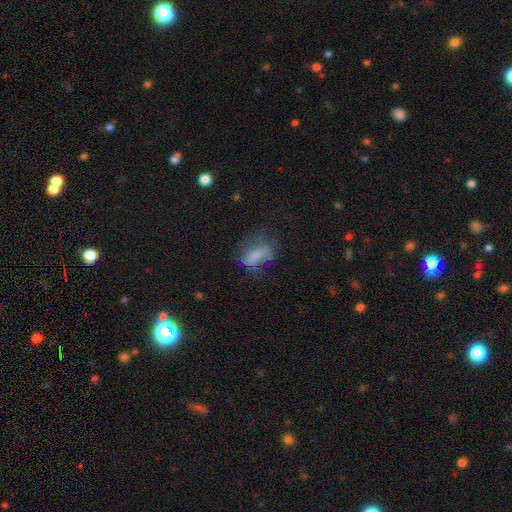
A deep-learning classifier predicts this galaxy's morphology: The model was most divided on "merging": none: 41%, major disturbance: 29%, minor disturbance: 26%, merger: 4%. More confident: how rounded — in between (75%); smooth or featured — smooth (53%).